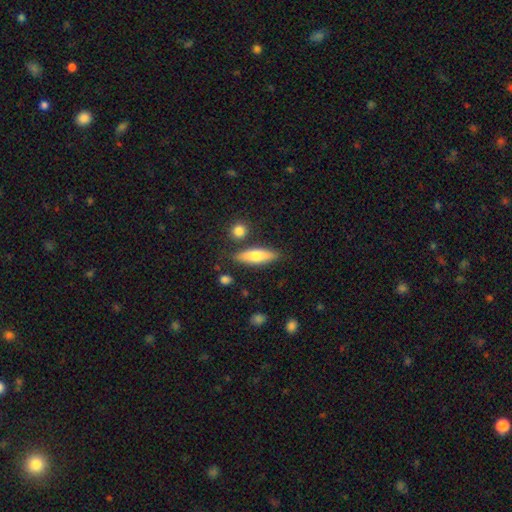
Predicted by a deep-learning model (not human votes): This is likely a smooth galaxy (66%). How rounded: possibly cigar-shaped (54%). Merging: likely none (80%).